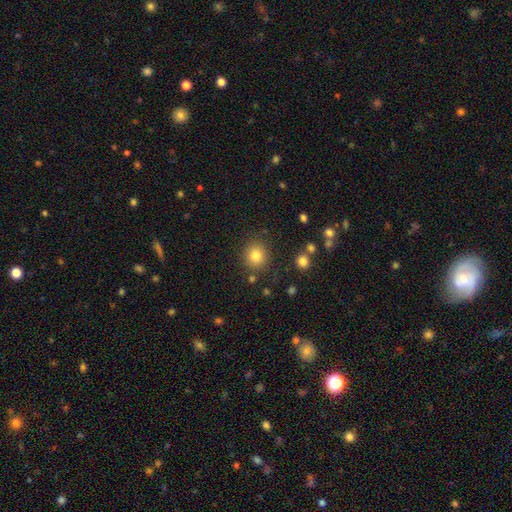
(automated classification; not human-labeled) Smooth or featured? smooth (82%)
How rounded? round (87%)
Merging? none (84%)